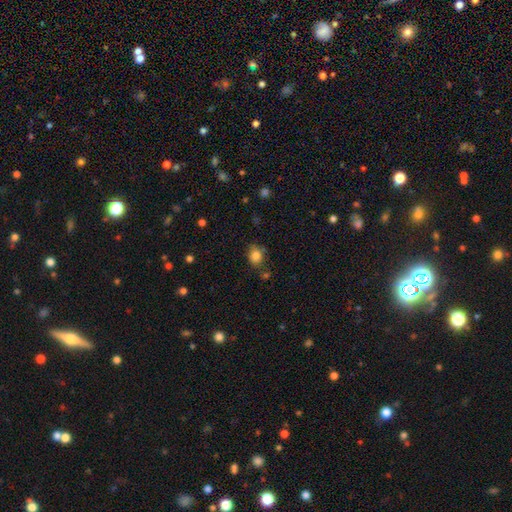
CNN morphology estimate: Smooth or featured? smooth (84%)
How rounded? round (52%)
Merging? none (70%)